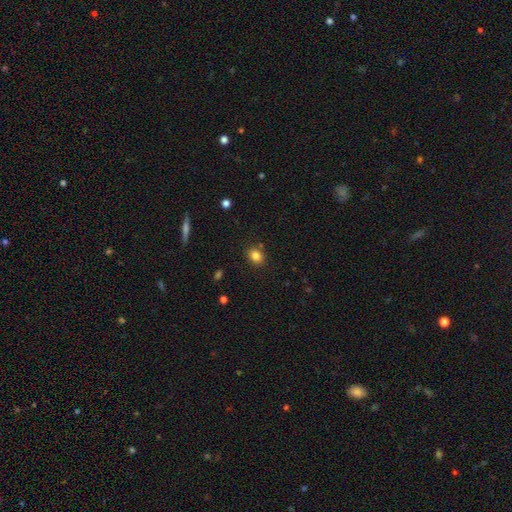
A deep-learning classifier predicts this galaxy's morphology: A smooth galaxy with no disk features (82%) that is round (61%). Merging: none (84%).